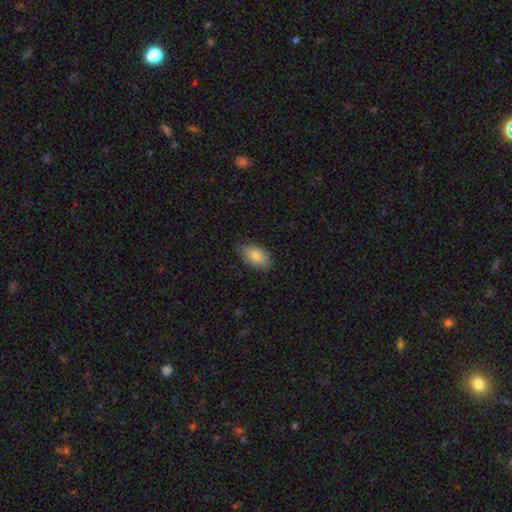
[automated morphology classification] A smooth galaxy with no disk features (83%) that is in between round and cigar-shaped (93%).

Vote fractions:
- Smooth or featured? smooth: 83% / featured or disk: 10% / star or artifact: 7%
- How rounded? in between: 93% / round: 4% / cigar-shaped: 3%
- Merging? none: 82% / minor disturbance: 14% / major disturbance: 2% / merger: 1%